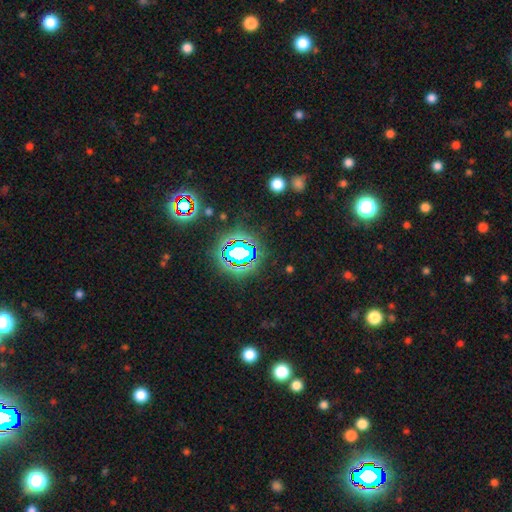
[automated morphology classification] star or artifact 78%, smooth 13%, featured or disk 8%.